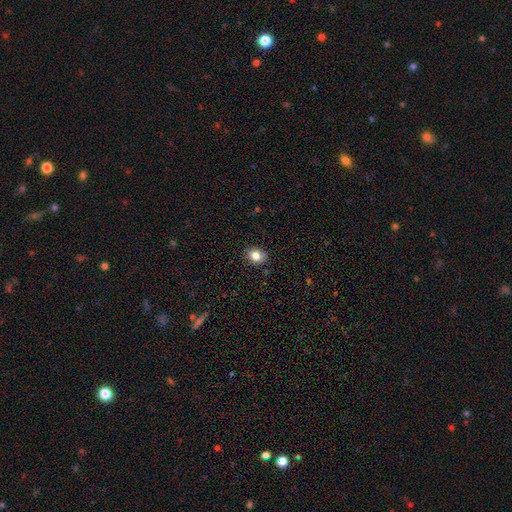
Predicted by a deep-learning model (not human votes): Smooth or featured: smooth — 82% (star or artifact — 11%)
How rounded: round — 62% (in between — 37%)
Merging: none — 88% (minor disturbance — 9%)